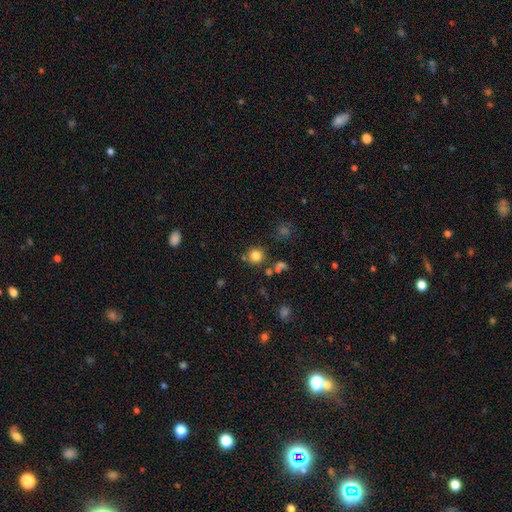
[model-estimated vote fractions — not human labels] Overall: smooth (80%). How rounded: round (92%). Merging: none (79%).